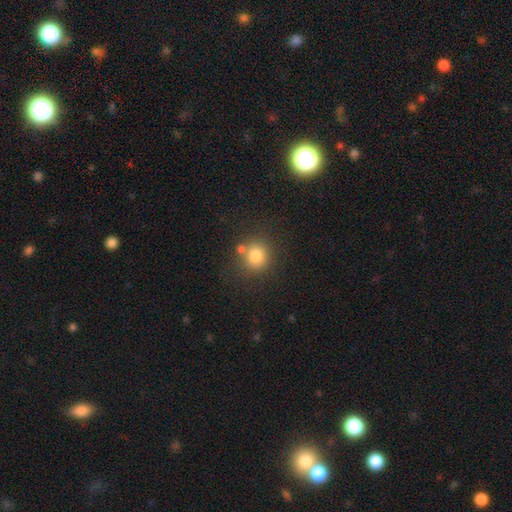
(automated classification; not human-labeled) Overall: smooth (79%). How rounded: round (88%). Merging: none (71%).